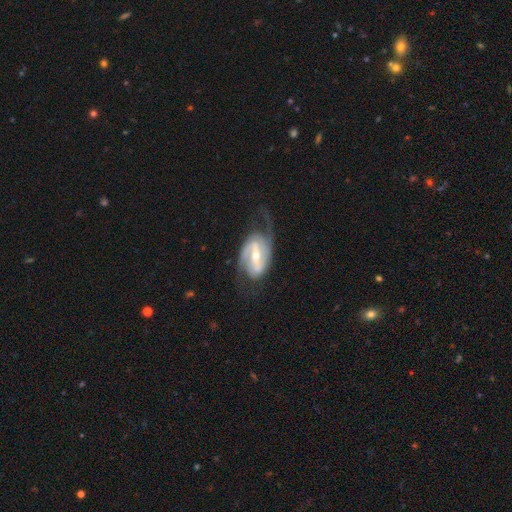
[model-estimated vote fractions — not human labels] smooth-or-featured: featured or disk: 88% | smooth: 7% | star or artifact: 5%
  disk-edge-on: no: 95% | yes: 5%
    bar: strong: 62% | weak: 29% | no: 9%
    has-spiral-arms: yes: 95% | no: 5%
      spiral-winding: medium: 46% | loose: 32% | tight: 22%
      spiral-arm-count: 2: 89% | can't tell: 4% | 1: 3% | 3: 2% | 4: 1% | more than 4: 1%
    bulge-size: moderate: 54% | small: 42% | large: 3% | none: 1% | dominant: 1%
  merging: none: 67% | minor disturbance: 17% | major disturbance: 15% | merger: 1%